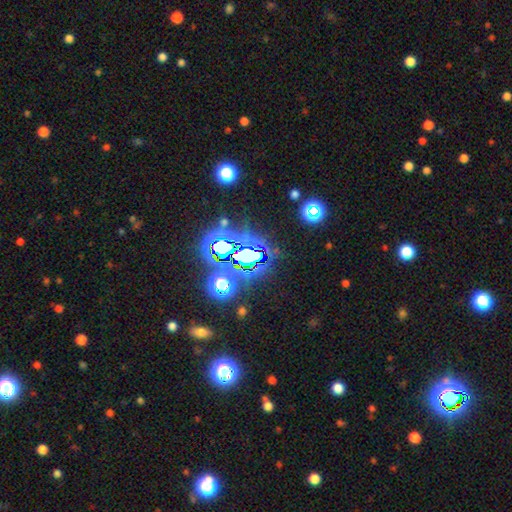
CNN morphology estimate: A star or artifact, not a galaxy (76%).

Vote fractions:
- Smooth or featured? star or artifact: 76% / smooth: 14% / featured or disk: 10%